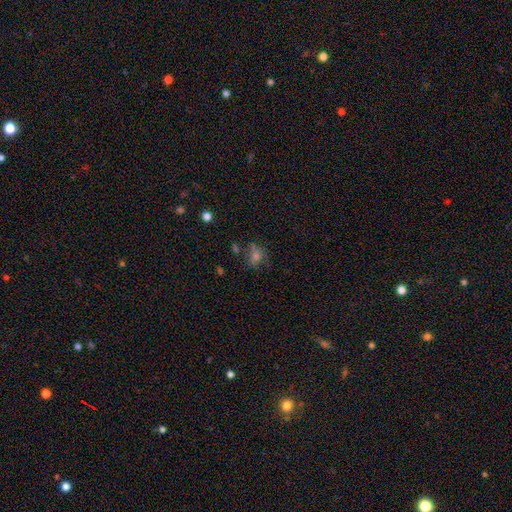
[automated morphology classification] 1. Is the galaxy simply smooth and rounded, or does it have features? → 55% smooth, 28% star or artifact, 17% featured or disk.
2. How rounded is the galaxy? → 60% round, 38% in between, 2% cigar-shaped.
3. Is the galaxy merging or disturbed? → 60% none, 20% minor disturbance, 10% major disturbance, 10% merger.